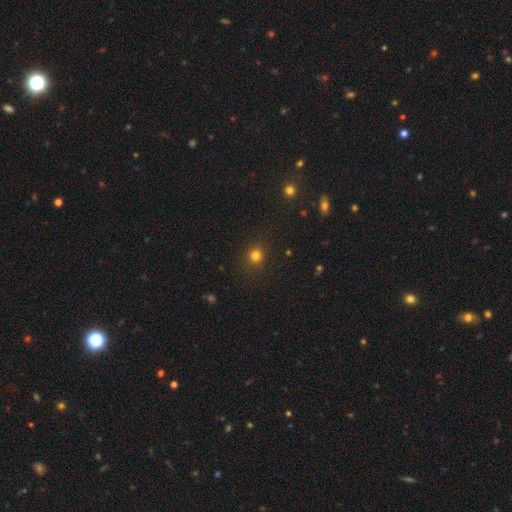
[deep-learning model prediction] Smooth or featured: smooth — 79% (star or artifact — 16%)
How rounded: round — 91% (in between — 8%)
Merging: none — 89% (minor disturbance — 7%)